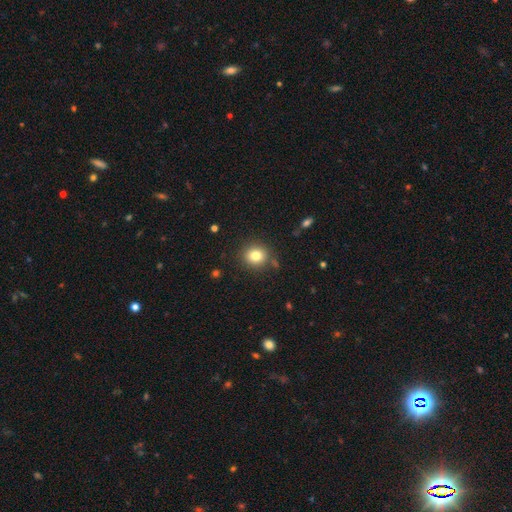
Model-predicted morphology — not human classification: The model was most divided on "how rounded": round: 83%, in between: 16%, cigar-shaped: 1%. More confident: merging — none (86%); smooth or featured — smooth (81%).